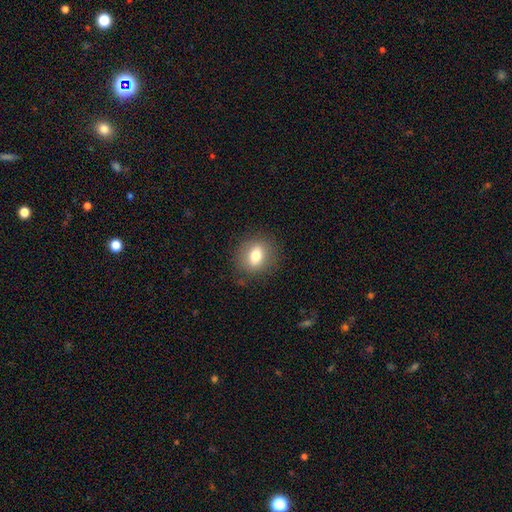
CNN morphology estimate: smooth 74%, featured or disk 16%, star or artifact 10%. Down the decision tree: how rounded — round (54%); merging — none (85%).